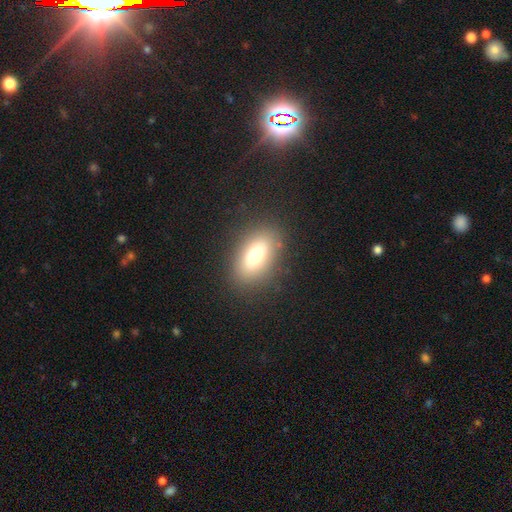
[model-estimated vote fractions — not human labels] Smooth or featured? smooth (75%)
How rounded? in between (86%)
Merging? none (86%)